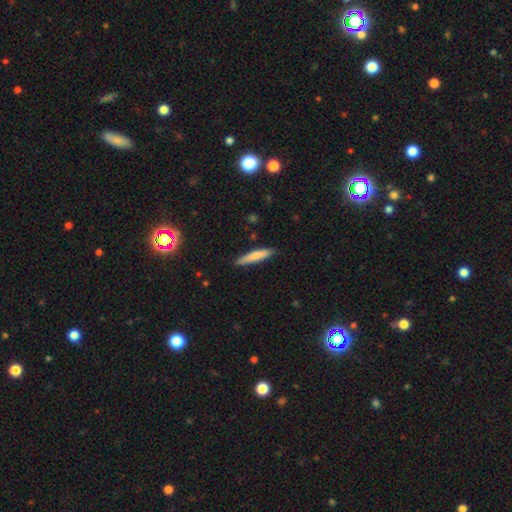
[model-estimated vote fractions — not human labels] smooth_or_featured: smooth (p=0.73) [alt: featured or disk p=0.21]
how_rounded: cigar-shaped (p=0.89) [alt: in between p=0.09]
merging: none (p=0.86) [alt: minor disturbance p=0.10]